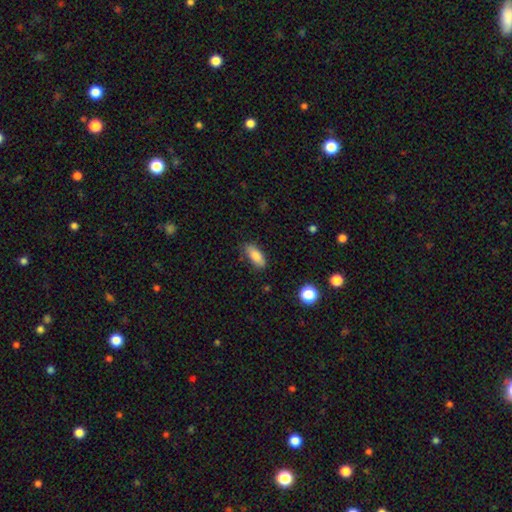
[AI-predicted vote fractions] Smooth or featured?
  - smooth: 84% *
  - featured or disk: 9%
  - star or artifact: 7%
How rounded?
  - in between: 80% *
  - cigar-shaped: 18%
  - round: 3%
Merging?
  - none: 78% *
  - minor disturbance: 18%
  - major disturbance: 3%
  - merger: 2%